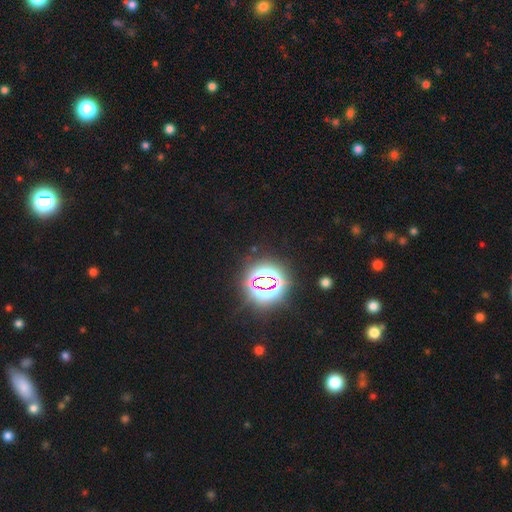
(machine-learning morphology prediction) Q: Smooth or featured?
A: star or artifact (79%); runner-up: smooth (14%)